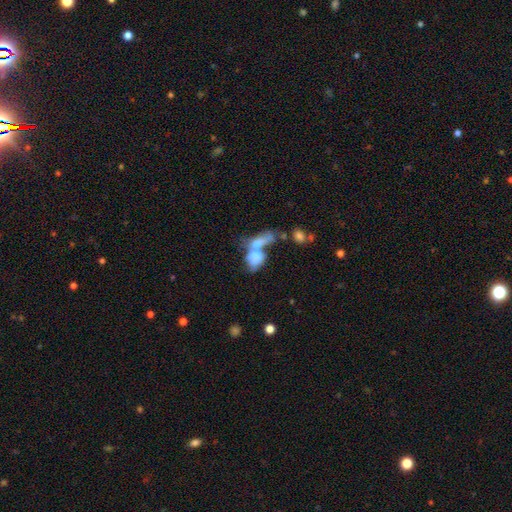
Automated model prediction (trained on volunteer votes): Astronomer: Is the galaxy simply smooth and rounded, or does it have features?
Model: smooth — 63%.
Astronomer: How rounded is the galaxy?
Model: in between — 68%.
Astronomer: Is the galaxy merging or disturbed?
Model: merger — 68%.